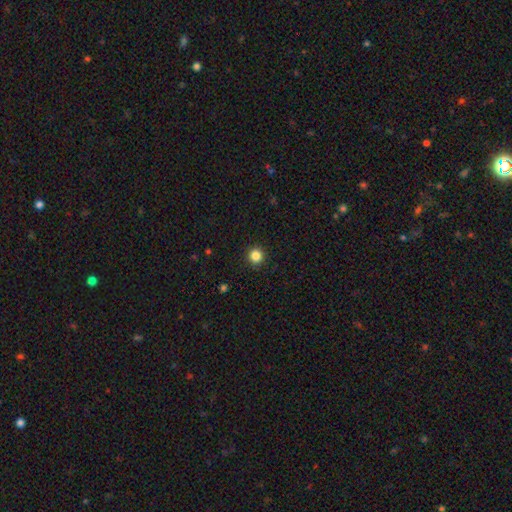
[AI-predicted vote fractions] Smooth or featured?
  - smooth: 85% *
  - star or artifact: 11%
  - featured or disk: 4%
How rounded?
  - round: 95% *
  - in between: 4%
  - cigar-shaped: 1%
Merging?
  - none: 93% *
  - minor disturbance: 4%
  - major disturbance: 2%
  - merger: 1%